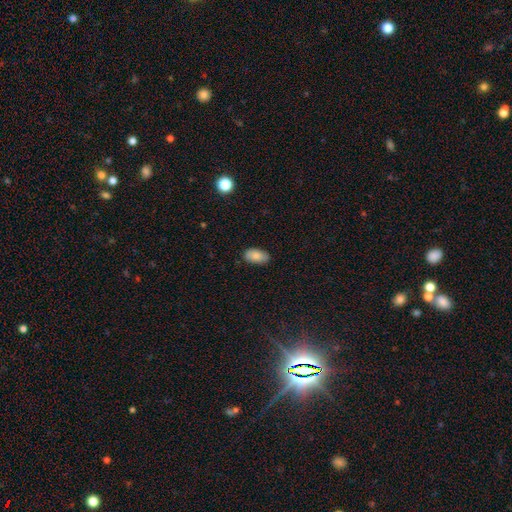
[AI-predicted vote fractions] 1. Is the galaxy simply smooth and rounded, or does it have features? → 86% smooth, 7% star or artifact, 7% featured or disk.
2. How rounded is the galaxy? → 93% in between, 4% round, 3% cigar-shaped.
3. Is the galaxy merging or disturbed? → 85% none, 12% minor disturbance, 2% major disturbance, 1% merger.